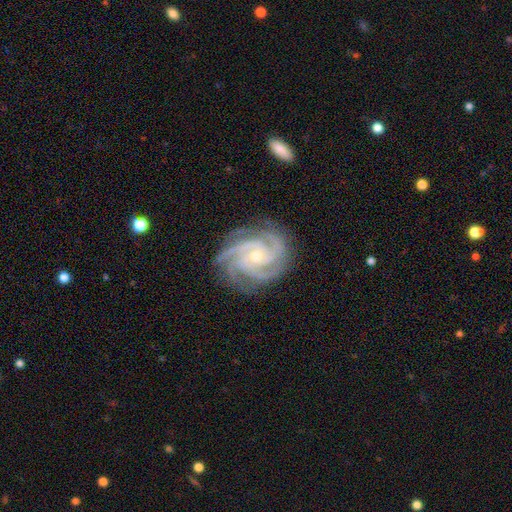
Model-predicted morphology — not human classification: This is clearly a featured or disk galaxy (92%). It is clearly not viewed edge-on (98%). Bar: likely no (67%). Spiral arm pattern: clearly yes (99%). Spiral arm count: marginally 4 (43%). Spiral winding: likely tight (71%). Central bulge: likely small (68%). Merging: likely none (80%).